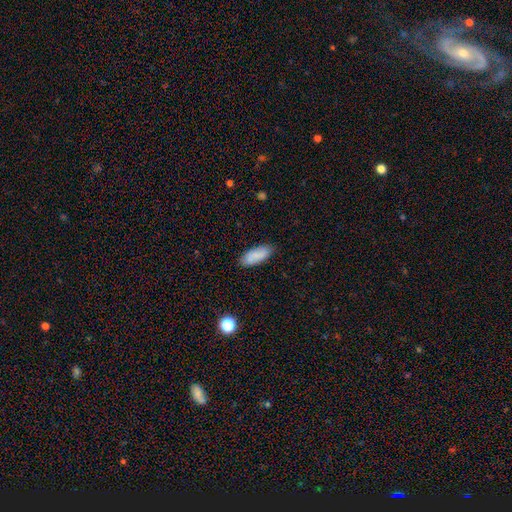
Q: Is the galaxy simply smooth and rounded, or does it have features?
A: smooth — 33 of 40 (82%).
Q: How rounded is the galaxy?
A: in between — 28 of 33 (85%).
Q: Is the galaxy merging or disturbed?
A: none — 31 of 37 (84%).